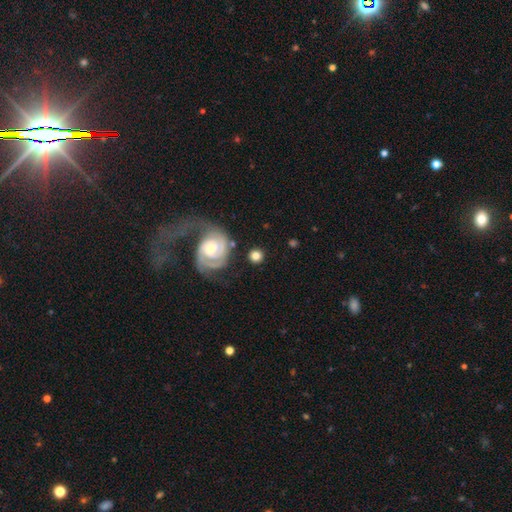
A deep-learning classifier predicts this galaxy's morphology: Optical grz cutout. It shows a smooth galaxy with no disk features (59%) that is round (87%). Merging: none (77%).